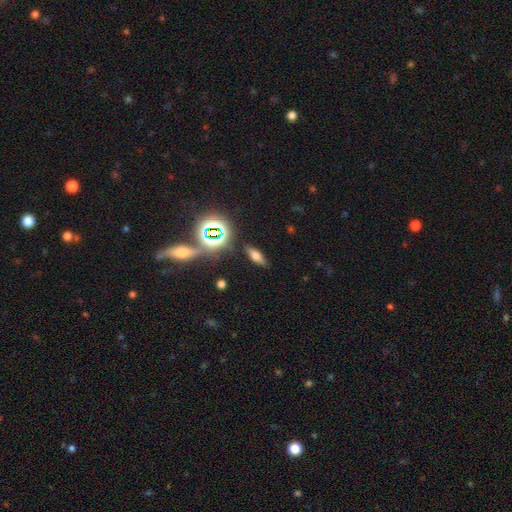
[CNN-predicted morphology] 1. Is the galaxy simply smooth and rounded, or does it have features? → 58% smooth, 24% star or artifact, 18% featured or disk.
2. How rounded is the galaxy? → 63% in between, 30% cigar-shaped, 7% round.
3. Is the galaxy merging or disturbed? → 84% none, 10% minor disturbance, 3% major disturbance, 3% merger.